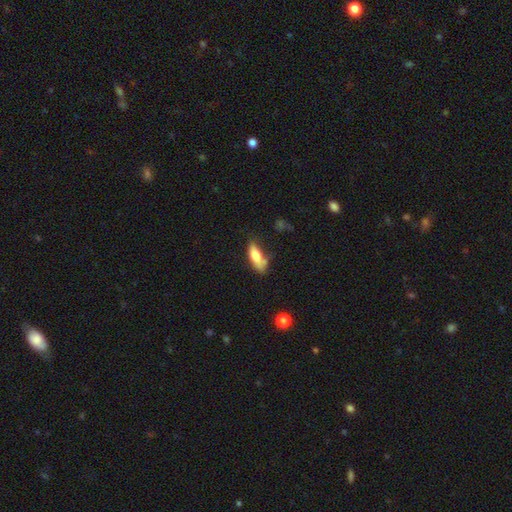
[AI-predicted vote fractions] This is likely a smooth galaxy (73%). How rounded: likely in between (67%). Merging: possibly none (47%).